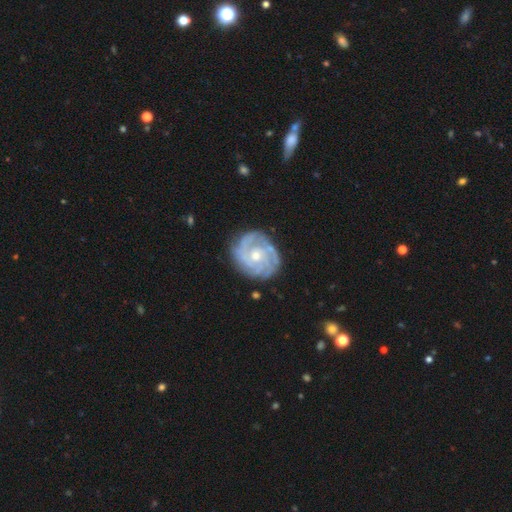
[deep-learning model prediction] A featured or disk galaxy (86%) with no bar (75%), tight (72%) spiral arms (96%) and a moderate central bulge (51%).

Vote fractions:
- Smooth or featured? featured or disk: 86% / smooth: 9% / star or artifact: 5%
- Edge-on disk? no: 97% / yes: 3%
- Bar? no: 75% / weak: 21% / strong: 4%
- Spiral arms? yes: 96% / no: 4%
- Spiral winding? tight: 72% / medium: 24% / loose: 4%
- Spiral arm count? can't tell: 27% / 3: 26% / 4: 19% / 2: 14% / more than 4: 8% / 1: 6%
- Bulge size? moderate: 51% / small: 45% / large: 2% / none: 1% / dominant: 1%
- Merging? none: 79% / minor disturbance: 15% / major disturbance: 4% / merger: 1%